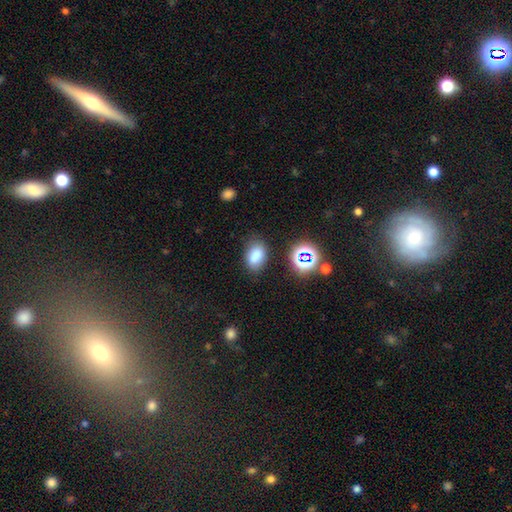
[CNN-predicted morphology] type=smooth (79%); roundness=in between (85%); merging=none (76%).